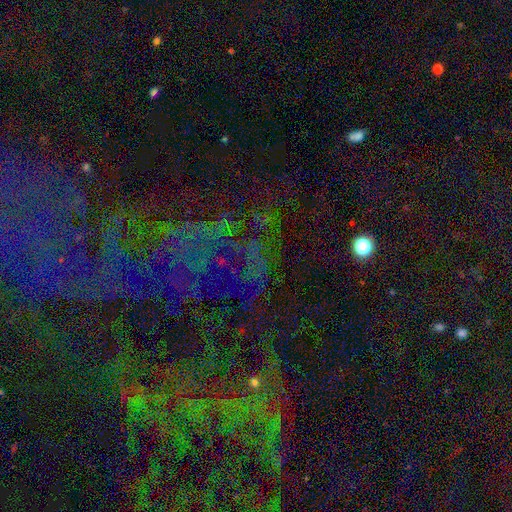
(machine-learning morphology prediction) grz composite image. It shows a star or artifact, not a galaxy (69%).